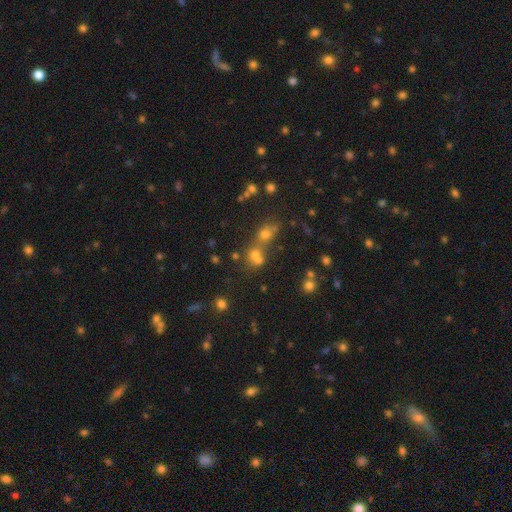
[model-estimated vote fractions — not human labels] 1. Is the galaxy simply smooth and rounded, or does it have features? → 53% smooth, 33% star or artifact, 14% featured or disk.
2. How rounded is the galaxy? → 74% round, 24% in between, 2% cigar-shaped.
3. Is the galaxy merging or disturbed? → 48% merger, 40% none, 7% minor disturbance, 4% major disturbance.